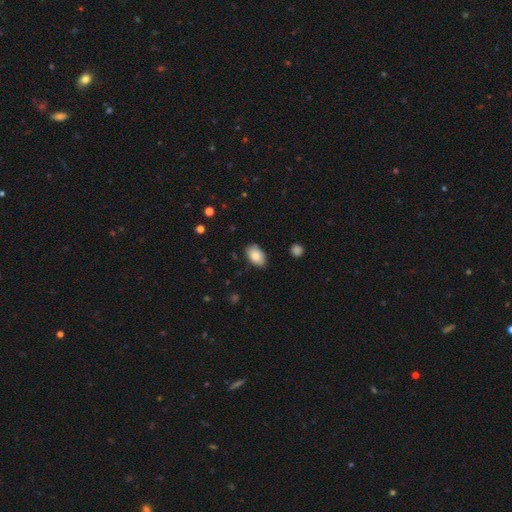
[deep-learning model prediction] Overall: smooth (84%). How rounded: in between (91%). Merging: none (83%).